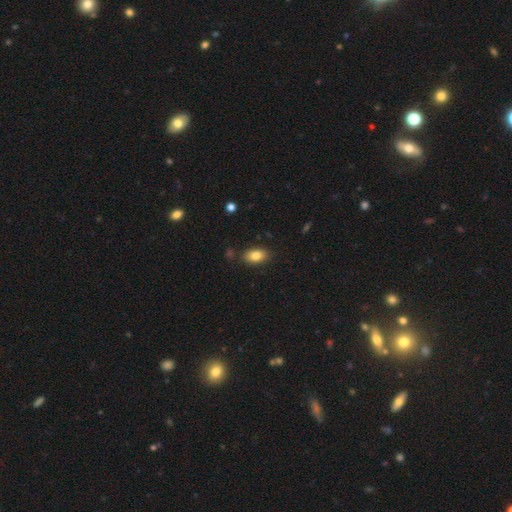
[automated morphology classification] Smooth or featured? smooth (83%)
How rounded? in between (89%)
Merging? none (83%)